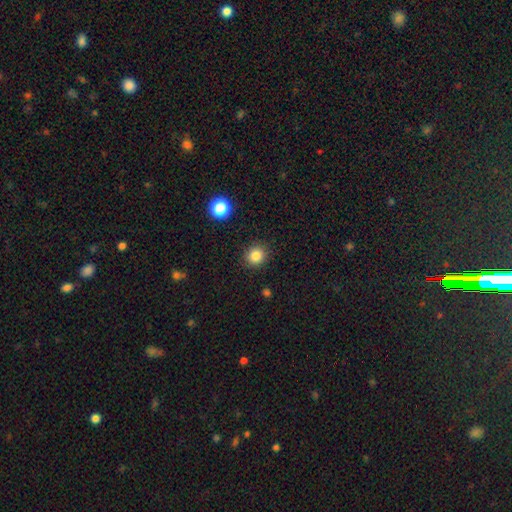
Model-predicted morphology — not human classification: smooth_or_featured: smooth (p=0.84) [alt: star or artifact p=0.11]
how_rounded: round (p=0.87) [alt: in between p=0.12]
merging: none (p=0.90) [alt: minor disturbance p=0.06]